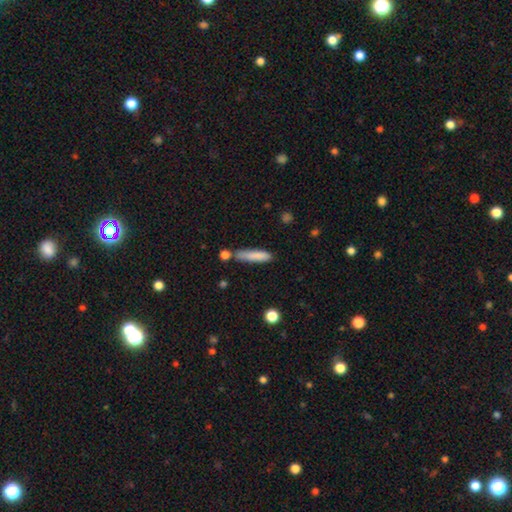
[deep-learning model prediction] Smooth or featured? smooth (82%)
How rounded? cigar-shaped (84%)
Merging? none (65%)